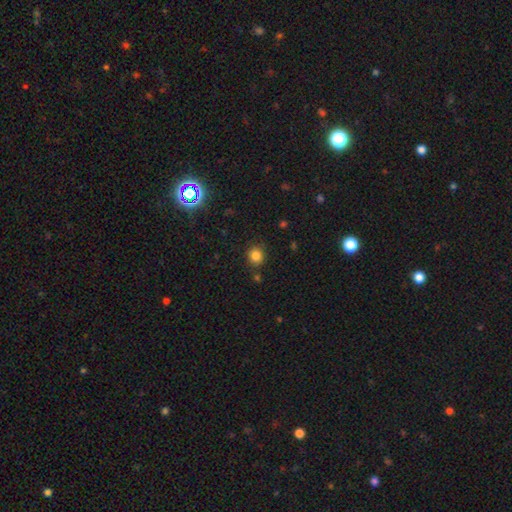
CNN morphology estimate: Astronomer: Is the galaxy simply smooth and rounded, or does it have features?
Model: smooth — 82%.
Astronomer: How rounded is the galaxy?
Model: round — 84%.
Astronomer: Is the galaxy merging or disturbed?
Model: none — 85%.